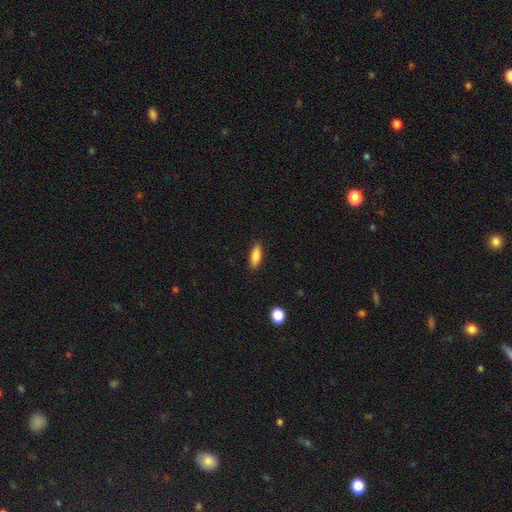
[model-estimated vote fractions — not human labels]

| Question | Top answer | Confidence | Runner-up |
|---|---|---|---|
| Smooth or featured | smooth | 85% | featured or disk (8%) |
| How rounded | in between | 61% | cigar-shaped (37%) |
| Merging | none | 88% | minor disturbance (8%) |